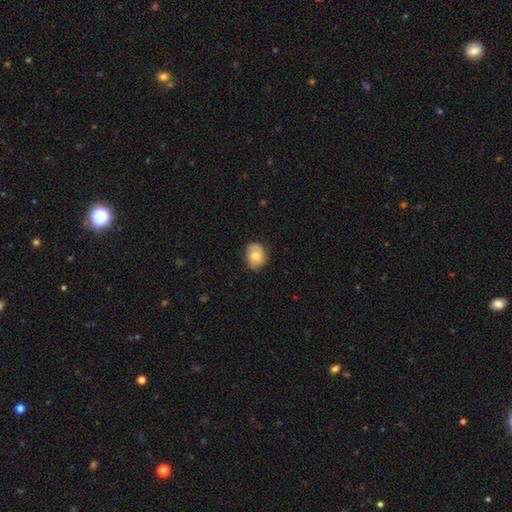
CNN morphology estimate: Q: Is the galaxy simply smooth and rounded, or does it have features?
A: smooth — 66%.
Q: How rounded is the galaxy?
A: in between — 52%.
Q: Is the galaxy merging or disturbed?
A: none — 72%.